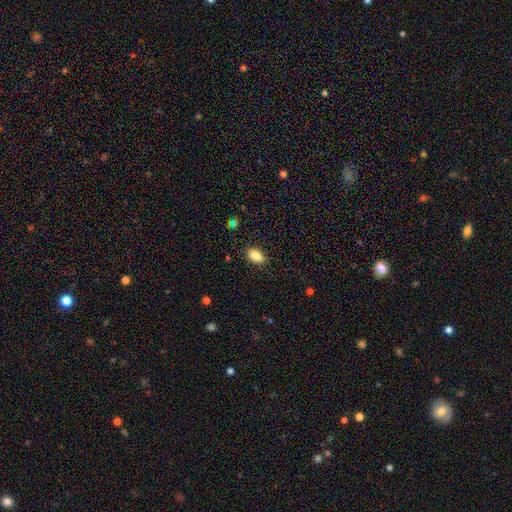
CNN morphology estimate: smooth 86%, star or artifact 8%, featured or disk 6%. Down the decision tree: how rounded — in between (90%); merging — none (87%).